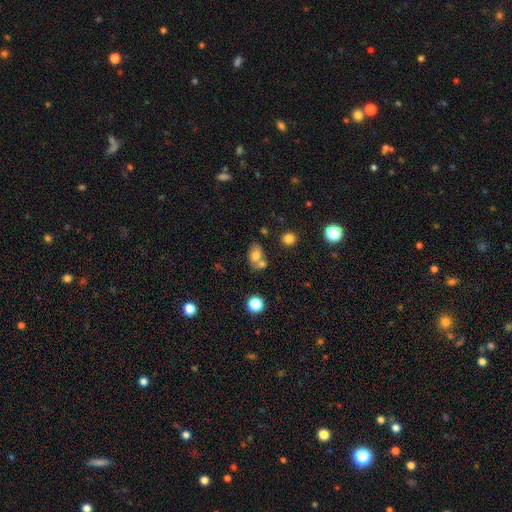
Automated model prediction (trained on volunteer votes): This appears to be a smooth galaxy with no disk features (71%) that is in between round and cigar-shaped (77%). Merging: none (47%).